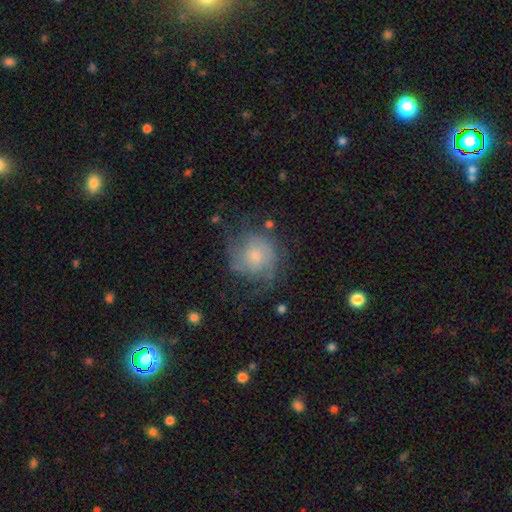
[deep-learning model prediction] smooth-or-featured: featured or disk: 59% | smooth: 32% | star or artifact: 8%
  disk-edge-on: no: 98% | yes: 2%
    bar: no: 76% | weak: 21% | strong: 3%
    has-spiral-arms: yes: 86% | no: 14%
    bulge-size: small: 50% | moderate: 34% | none: 8% | large: 6% | dominant: 2%
  merging: none: 57% | minor disturbance: 23% | major disturbance: 18% | merger: 2%